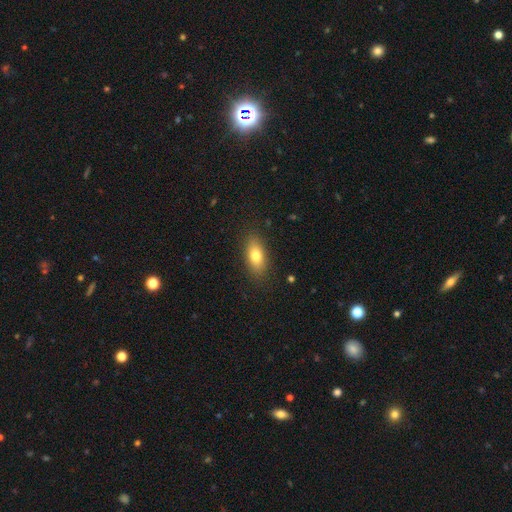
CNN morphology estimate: Smooth or featured? smooth (77%)
How rounded? in between (81%)
Merging? none (85%)